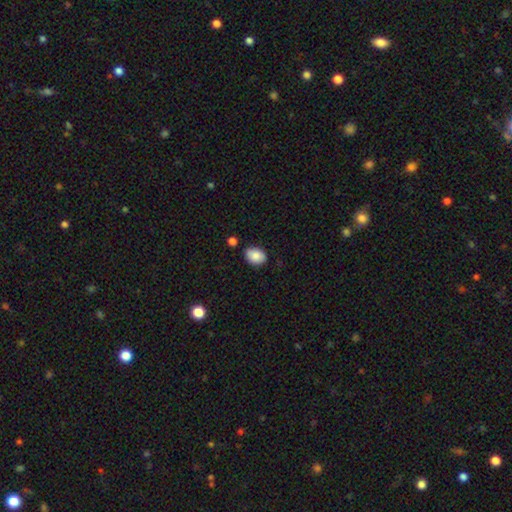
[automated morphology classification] Smooth or featured? smooth (86%)
How rounded? in between (77%)
Merging? none (78%)